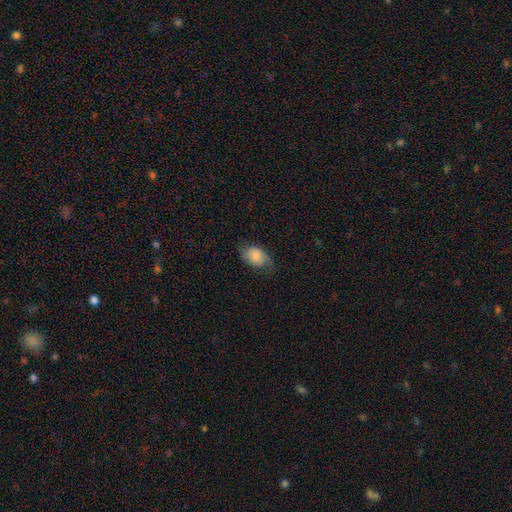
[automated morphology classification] A smooth galaxy with no disk features (73%) that is in between round and cigar-shaped (83%). Merging: none (60%).